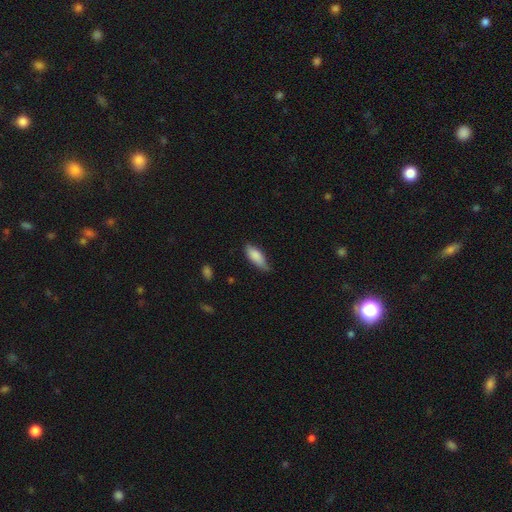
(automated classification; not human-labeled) Smooth or featured? smooth (84%)
How rounded? in between (71%)
Merging? none (59%)